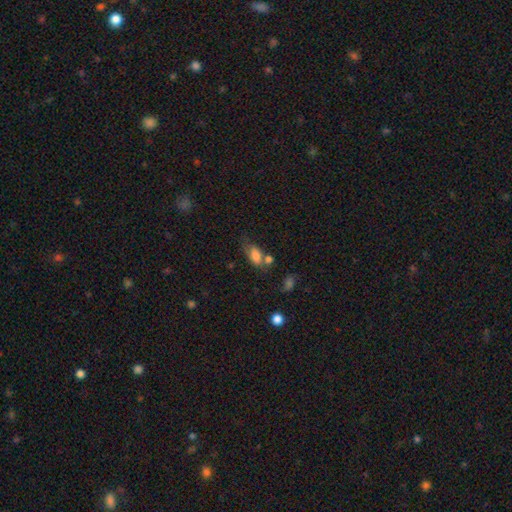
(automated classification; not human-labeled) This appears to be a smooth galaxy with no disk features (76%) that is in between round and cigar-shaped (87%). Merging: none (38%).